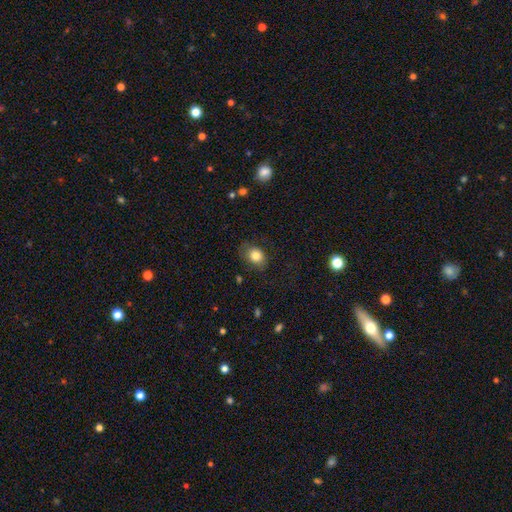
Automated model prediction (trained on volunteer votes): Overall: smooth (82%). How rounded: in between (57%; round 42%). Merging: none (69%).